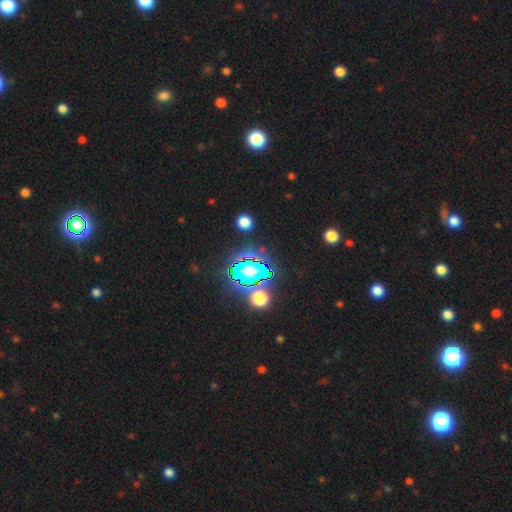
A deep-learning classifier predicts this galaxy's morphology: A star or artifact, not a galaxy (81%).

Vote fractions:
- Smooth or featured? star or artifact: 81% / smooth: 12% / featured or disk: 7%